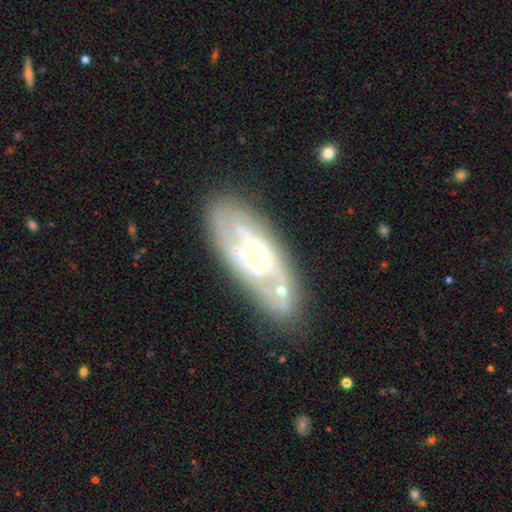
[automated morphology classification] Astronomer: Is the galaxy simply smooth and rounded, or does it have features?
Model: featured or disk — 74%.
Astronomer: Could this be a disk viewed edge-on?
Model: no — 87%.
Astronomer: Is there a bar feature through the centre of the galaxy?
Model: no — 72%.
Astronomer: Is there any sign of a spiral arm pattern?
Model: yes — 70%.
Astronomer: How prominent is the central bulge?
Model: small — 58% (runner-up: moderate, 36%).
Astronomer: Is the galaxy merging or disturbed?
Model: none — 68%.